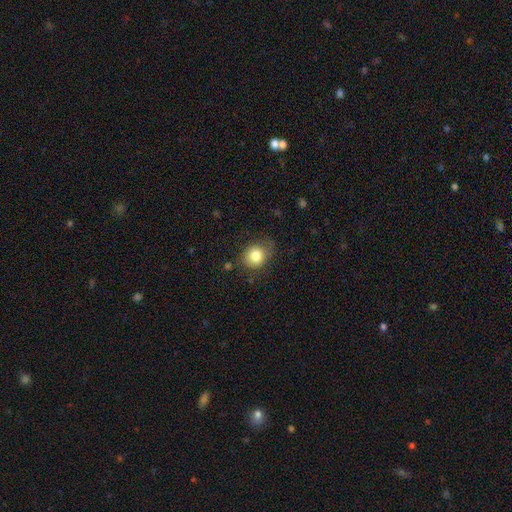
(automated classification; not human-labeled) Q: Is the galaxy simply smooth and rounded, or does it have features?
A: smooth — 82%.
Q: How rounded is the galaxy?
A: round — 60%.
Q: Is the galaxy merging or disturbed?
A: none — 68%.